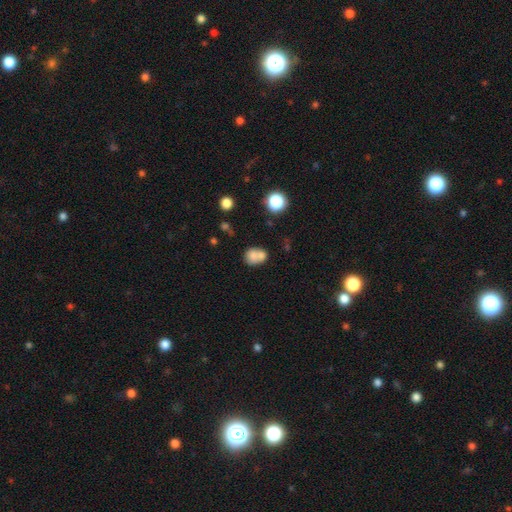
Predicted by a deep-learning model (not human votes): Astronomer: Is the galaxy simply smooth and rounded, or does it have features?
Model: smooth — 74%.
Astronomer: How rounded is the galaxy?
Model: round — 51% (runner-up: in between, 48%).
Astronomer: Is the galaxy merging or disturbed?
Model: merger — 51% (runner-up: none, 33%).